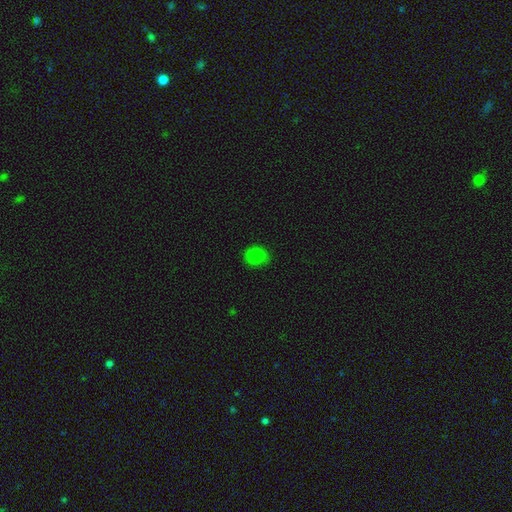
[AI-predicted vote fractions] The model was most divided on "how rounded": round: 67%, in between: 32%, cigar-shaped: 1%. More confident: merging — none (85%); smooth or featured — smooth (83%).